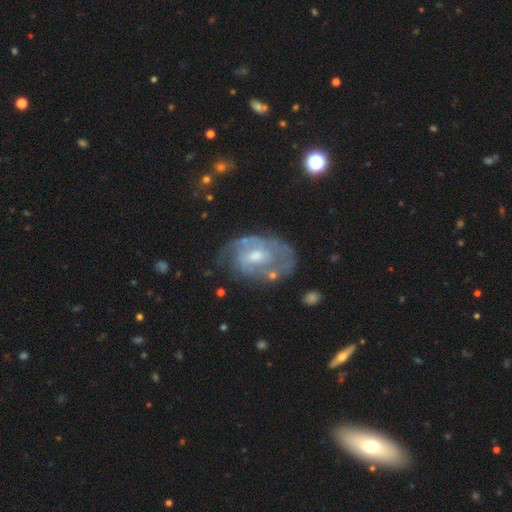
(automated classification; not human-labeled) Overall: featured or disk (79%). Edge-on disk: no (97%). Bar: no (51%; weak 41%). Spiral arms: yes (81%). Spiral arm count: can't tell (36%; 2 35%). Spiral winding: tight (49%; medium 36%). Bulge size: moderate (57%; small 32%). Merging: none (57%; minor disturbance 24%).